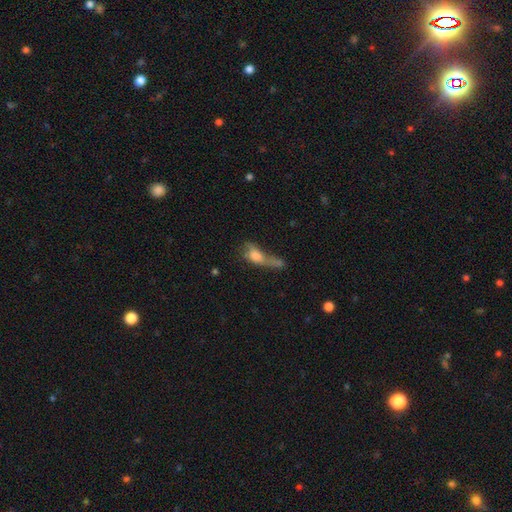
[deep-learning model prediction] Smooth or featured? smooth (54%)
How rounded? in between (56%)
Merging? major disturbance (35%)